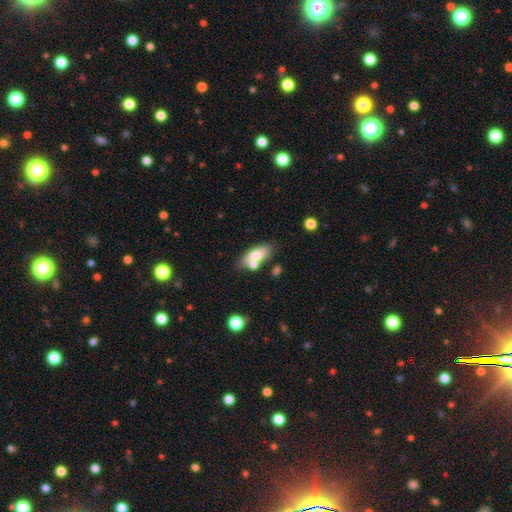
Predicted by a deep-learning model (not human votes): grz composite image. It shows a smooth galaxy with no disk features (73%) that is in between round and cigar-shaped (82%). Merging: none (60%).